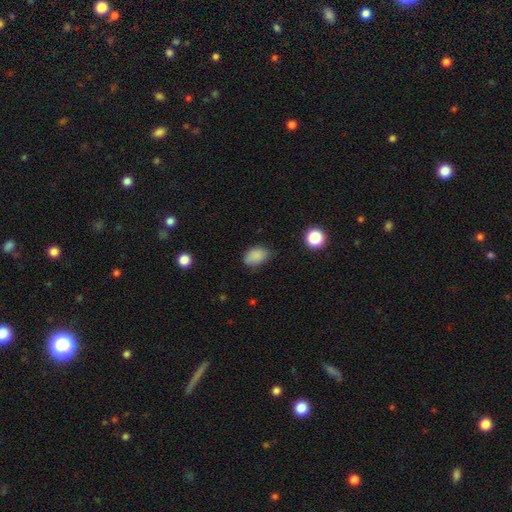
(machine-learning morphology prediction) smooth 85%, star or artifact 10%, featured or disk 5%. Down the decision tree: how rounded — in between (81%); merging — none (67%).